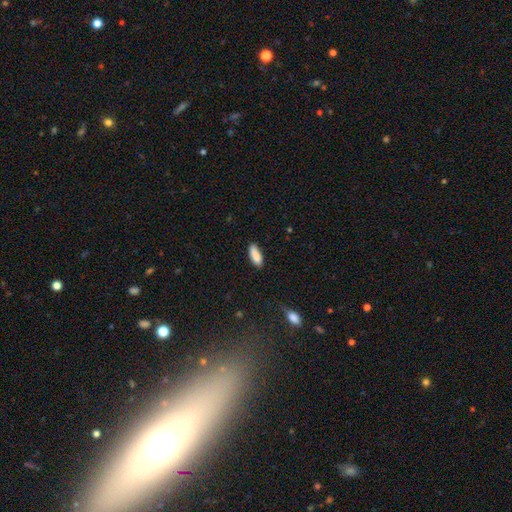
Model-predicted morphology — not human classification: smooth-or-featured: smooth: 87% | star or artifact: 7% | featured or disk: 6%
  how-rounded: in between: 70% | cigar-shaped: 28% | round: 2%
  merging: none: 78% | minor disturbance: 17% | major disturbance: 3% | merger: 2%